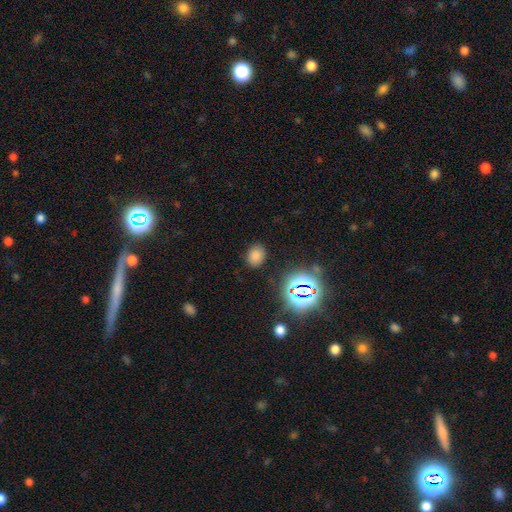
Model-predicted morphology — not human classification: Smooth or featured: smooth — 73% (star or artifact — 21%)
How rounded: in between — 55% (round — 44%)
Merging: none — 84% (minor disturbance — 11%)